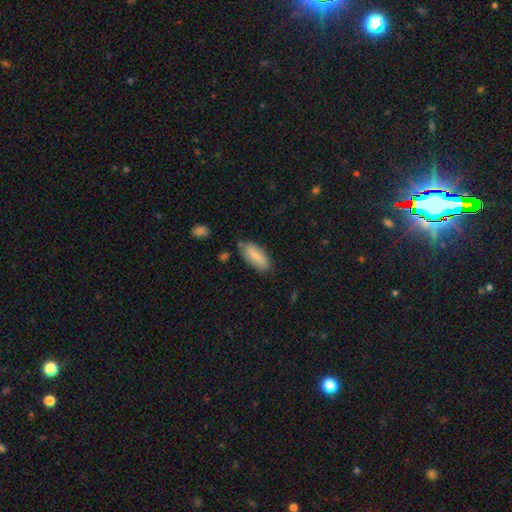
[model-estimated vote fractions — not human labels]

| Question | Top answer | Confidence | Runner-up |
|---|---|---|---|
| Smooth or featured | smooth | 81% | featured or disk (13%) |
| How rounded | in between | 82% | cigar-shaped (16%) |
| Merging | none | 76% | minor disturbance (17%) |